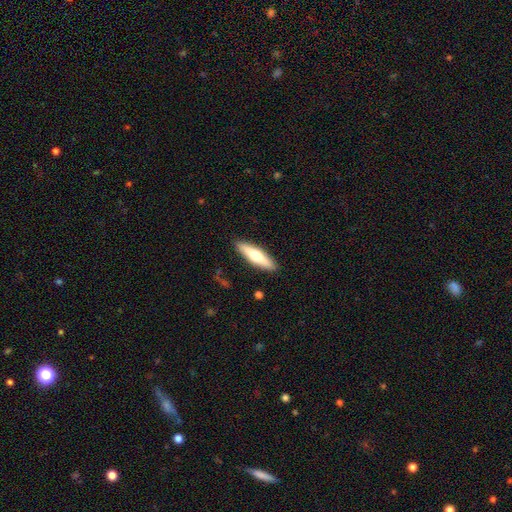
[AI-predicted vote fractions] Smooth or featured?
  - smooth: 53% *
  - featured or disk: 41%
  - star or artifact: 5%
How rounded?
  - cigar-shaped: 68% *
  - in between: 30%
  - round: 2%
Merging?
  - none: 89% *
  - minor disturbance: 8%
  - major disturbance: 2%
  - merger: 1%